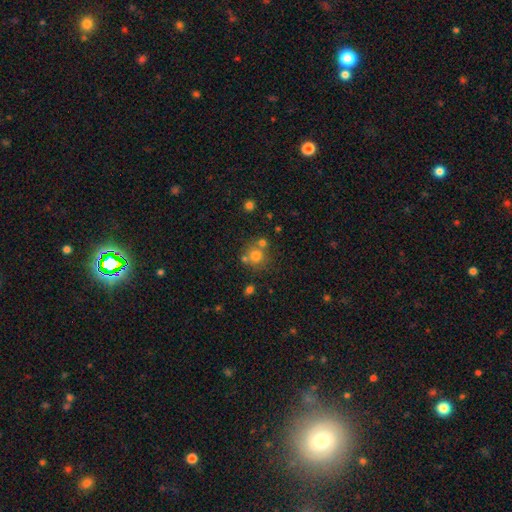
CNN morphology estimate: A smooth galaxy with no disk features (71%) that is round (88%). Merging: none (61%).